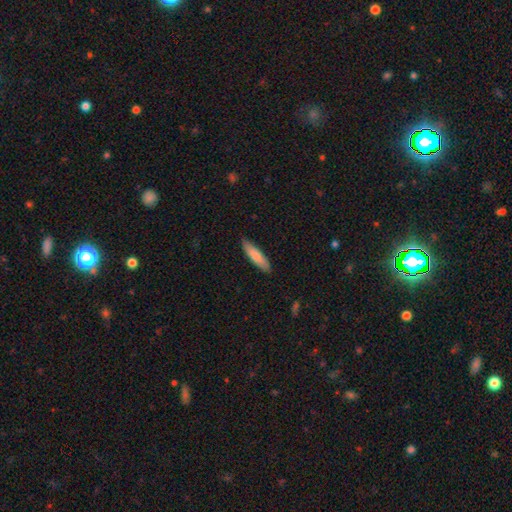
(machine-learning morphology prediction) The model was most divided on "how rounded": cigar-shaped: 76%, in between: 23%, round: 1%. More confident: merging — none (88%); smooth or featured — smooth (82%).